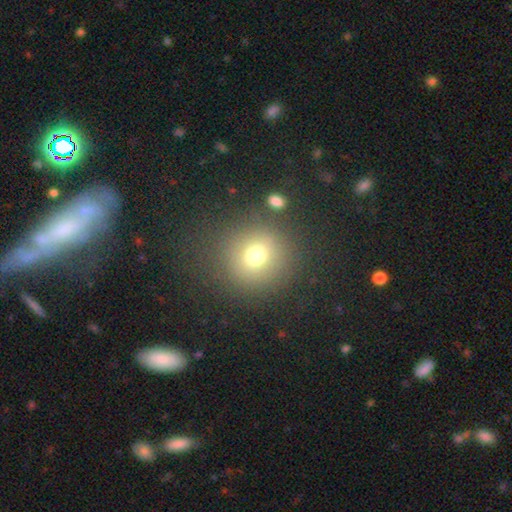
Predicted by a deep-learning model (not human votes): A smooth galaxy with no disk features (73%) that is round (89%). Merging: none (81%).